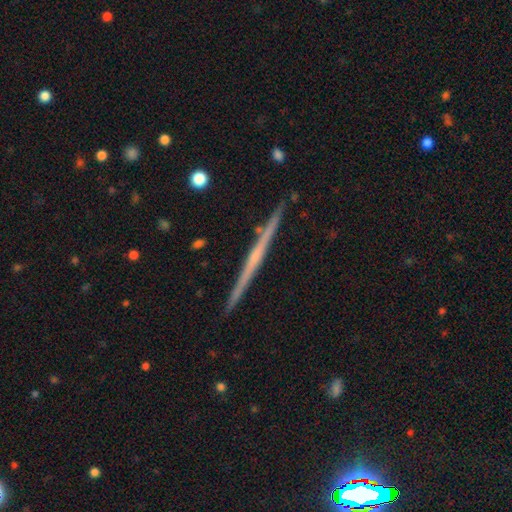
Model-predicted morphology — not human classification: Smooth or featured?
  - featured or disk: 73% *
  - smooth: 22%
  - star or artifact: 6%
Edge-on disk?
  - yes: 98% *
  - no: 2%
Edge-on bulge?
  - none: 69% *
  - rounded: 24%
  - boxy: 7%
Merging?
  - none: 92% *
  - minor disturbance: 6%
  - merger: 1%
  - major disturbance: 1%